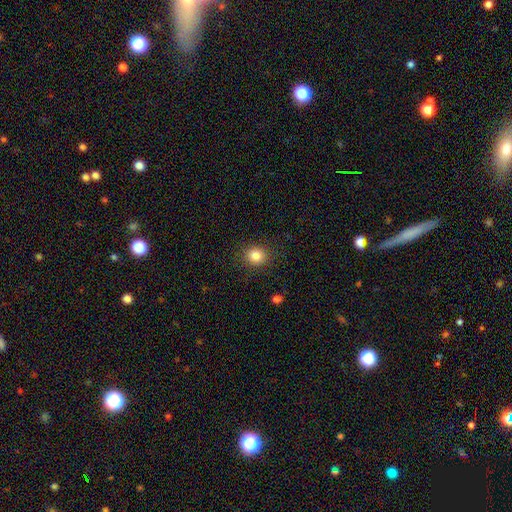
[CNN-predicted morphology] Smooth or featured? smooth (85%)
How rounded? round (79%)
Merging? none (88%)